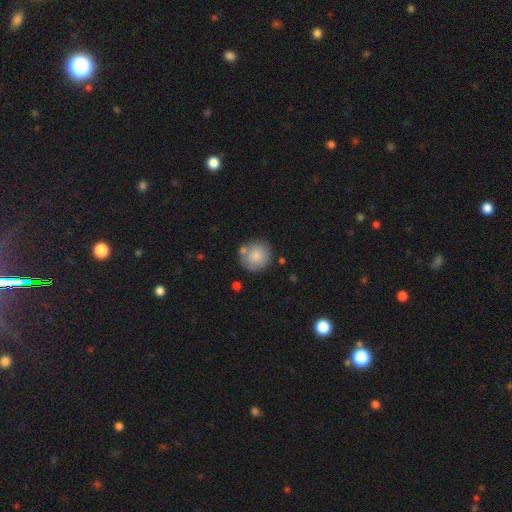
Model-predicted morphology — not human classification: type=smooth (81%); roundness=round (90%); merging=none (74%).